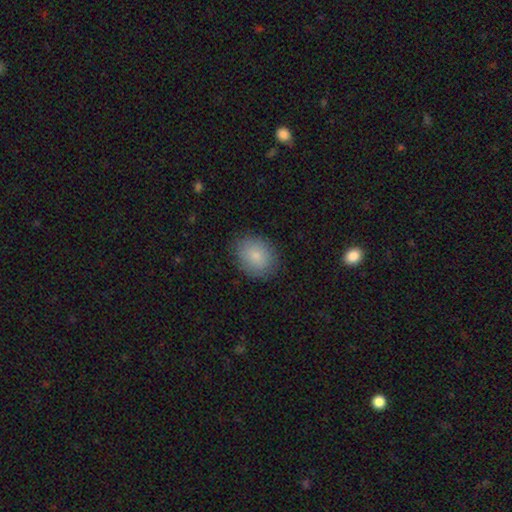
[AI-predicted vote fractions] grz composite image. It shows a smooth galaxy with no disk features (84%) that is in between round and cigar-shaped (52%). Merging: none (84%).